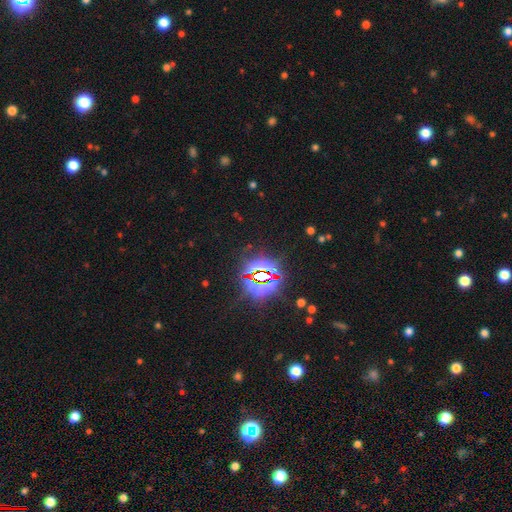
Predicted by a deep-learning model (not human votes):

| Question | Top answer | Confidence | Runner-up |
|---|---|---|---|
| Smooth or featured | star or artifact | 83% | smooth (10%) |